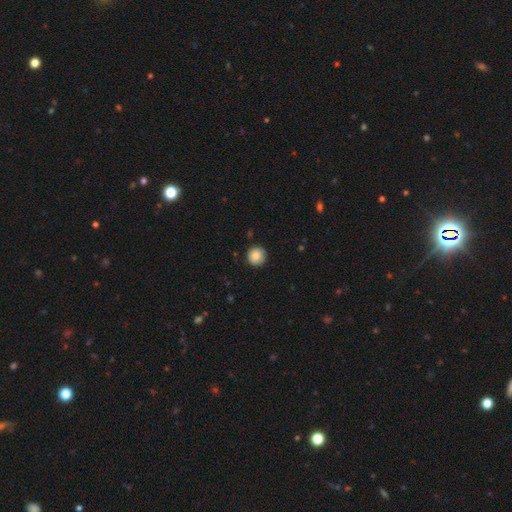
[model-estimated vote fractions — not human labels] A smooth galaxy with no disk features (87%) that is round (96%).

Vote fractions:
- Smooth or featured? smooth: 87% / star or artifact: 9% / featured or disk: 4%
- How rounded? round: 96% / in between: 4% / cigar-shaped: 1%
- Merging? none: 90% / minor disturbance: 7% / major disturbance: 2% / merger: 1%